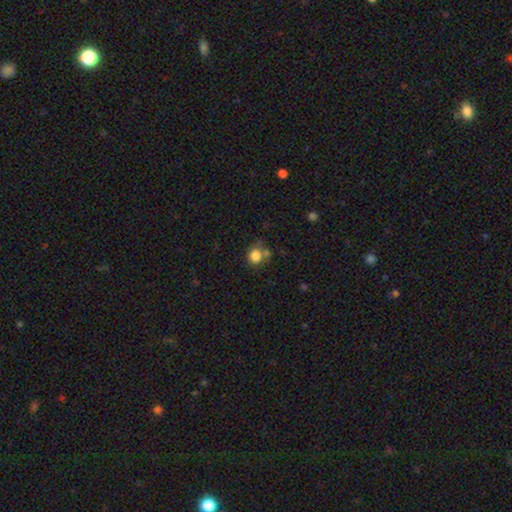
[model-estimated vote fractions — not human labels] A smooth galaxy with no disk features (82%) that is round (80%). Merging: none (55%).